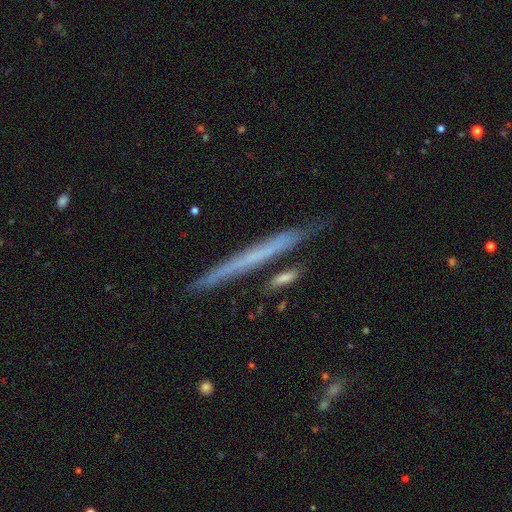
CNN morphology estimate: Smooth or featured?
  - featured or disk: 53% *
  - smooth: 40%
  - star or artifact: 7%
Edge-on disk?
  - yes: 95% *
  - no: 5%
Edge-on bulge?
  - none: 91% *
  - rounded: 6%
  - boxy: 3%
Merging?
  - none: 83% *
  - minor disturbance: 11%
  - merger: 4%
  - major disturbance: 2%